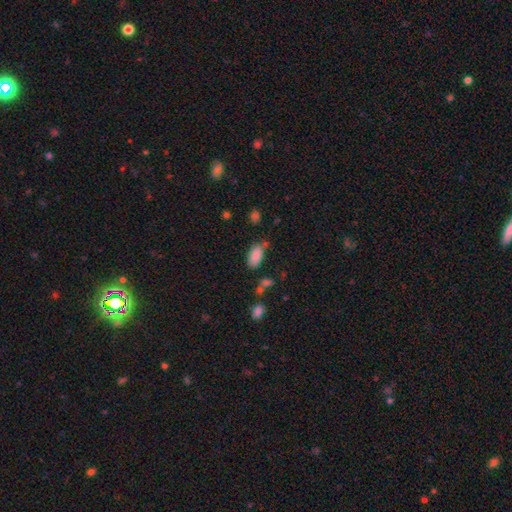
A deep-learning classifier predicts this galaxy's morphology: This is clearly a smooth galaxy (85%). How rounded: clearly in between (92%). Merging: likely none (62%).